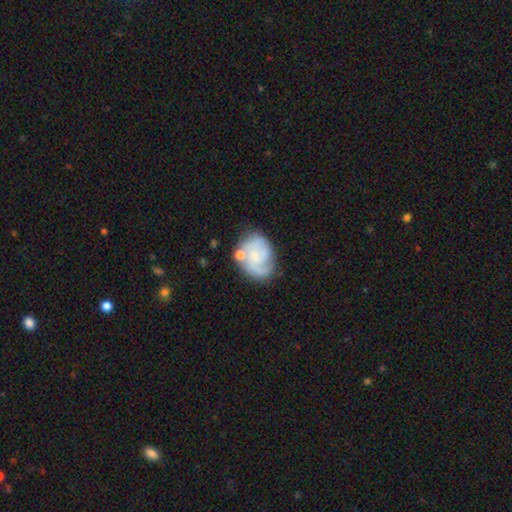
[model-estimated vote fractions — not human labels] This appears to be a featured or disk galaxy (63%) with no bar (71%), 2 (38%) tight (42%) spiral arms (84%) and a small central bulge (48%). Merging: none (54%).